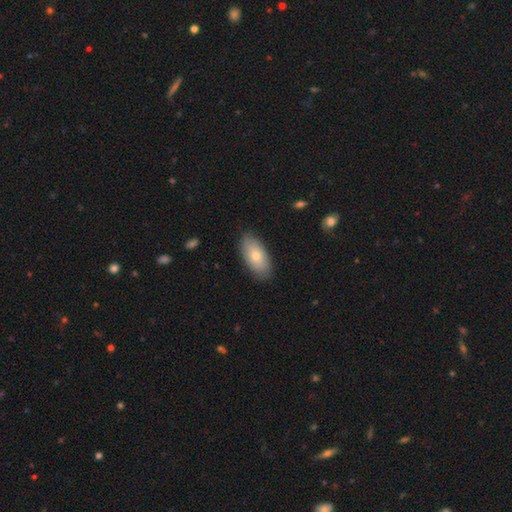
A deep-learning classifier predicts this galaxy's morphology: Smooth or featured?
  - smooth: 71% *
  - featured or disk: 22%
  - star or artifact: 7%
How rounded?
  - in between: 91% *
  - cigar-shaped: 6%
  - round: 3%
Merging?
  - none: 85% *
  - minor disturbance: 12%
  - major disturbance: 2%
  - merger: 1%